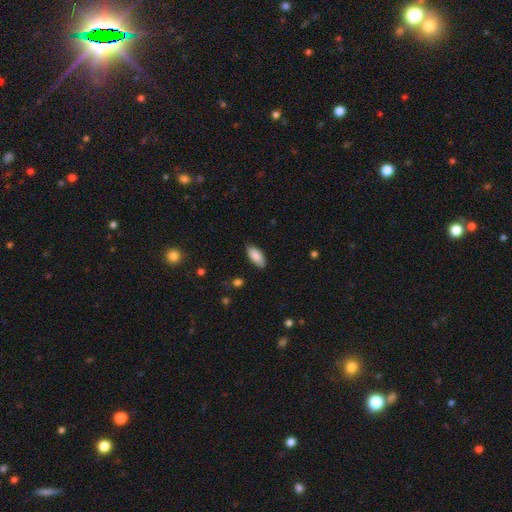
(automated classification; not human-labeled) A smooth galaxy with no disk features (86%) that is in between round and cigar-shaped (88%). Merging: none (83%).